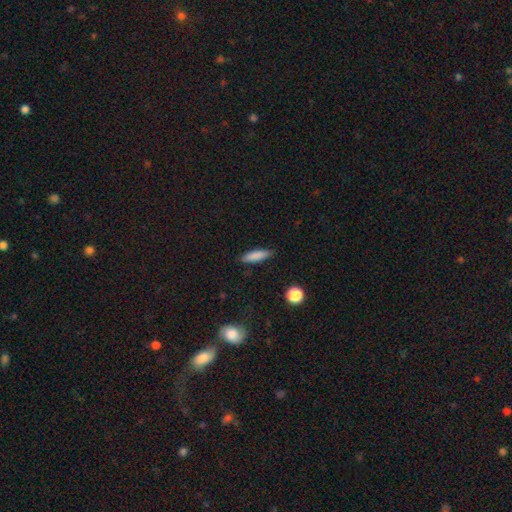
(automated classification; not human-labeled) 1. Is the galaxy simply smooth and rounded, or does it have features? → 83% smooth, 9% featured or disk, 8% star or artifact.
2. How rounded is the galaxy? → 67% cigar-shaped, 31% in between, 2% round.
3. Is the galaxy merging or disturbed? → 86% none, 10% minor disturbance, 2% major disturbance, 1% merger.